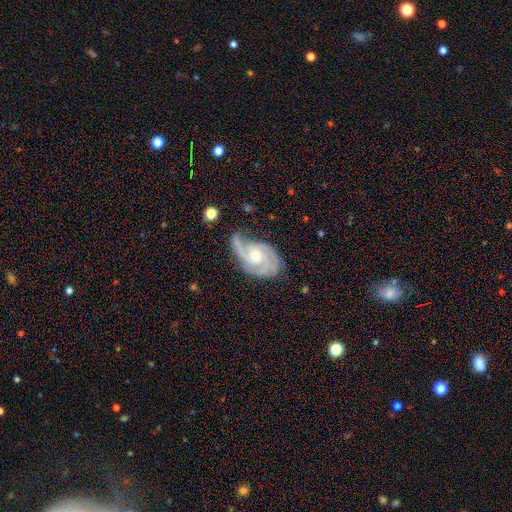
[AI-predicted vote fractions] This appears to be a featured or disk galaxy (88%) with no bar (68%), 3 (34%, tied with 2) tight (52%) spiral arms (97%) and a moderate central bulge (54%). Merging: none (56%).